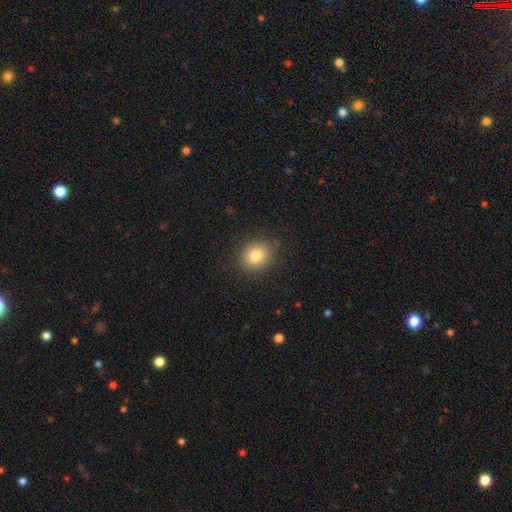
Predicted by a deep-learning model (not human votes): This appears to be a smooth galaxy with no disk features (80%) that is round (80%). Merging: none (86%).